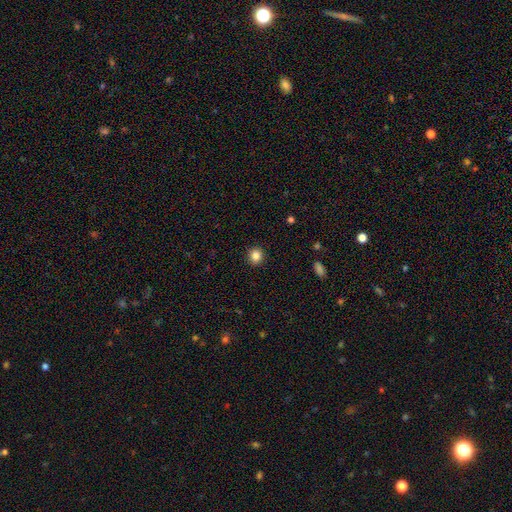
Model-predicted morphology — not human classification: smooth-or-featured: smooth: 84% | star or artifact: 11% | featured or disk: 5%
  how-rounded: round: 89% | in between: 10% | cigar-shaped: 1%
  merging: none: 92% | minor disturbance: 5% | major disturbance: 2% | merger: 1%